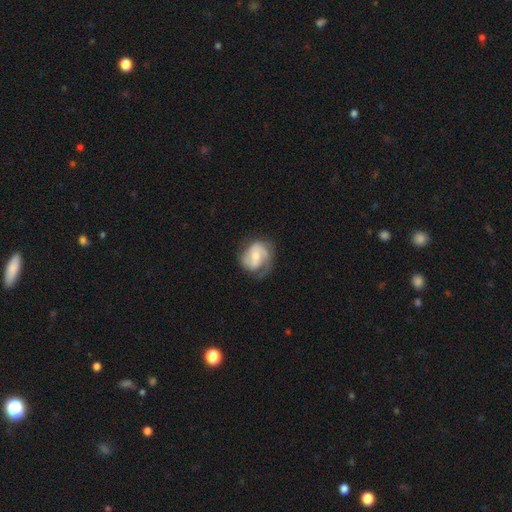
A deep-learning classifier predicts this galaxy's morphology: type=featured or disk (73%); edge-on=no (98%); bar=weak (45%); spiral arms=yes (92%); winding=medium (45%); arm count=2 (58%); bulge=moderate (48%); merging=none (57%).